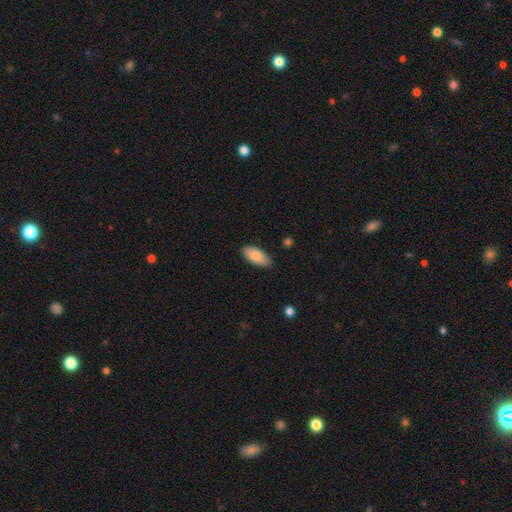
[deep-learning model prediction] Q: Smooth or featured?
A: smooth (86%); runner-up: featured or disk (8%)
Q: How rounded?
A: in between (90%); runner-up: cigar-shaped (8%)
Q: Merging?
A: none (84%); runner-up: minor disturbance (13%)